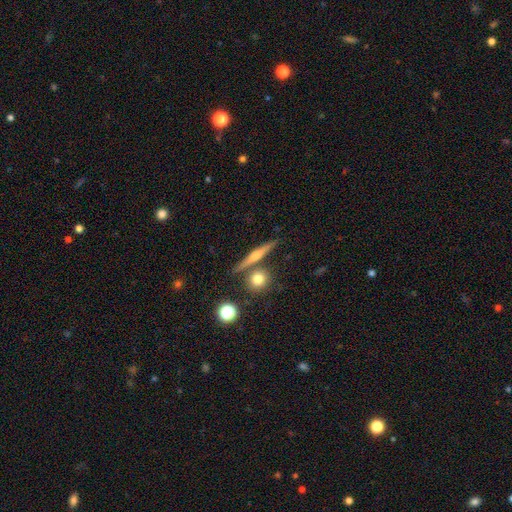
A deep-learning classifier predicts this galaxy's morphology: type=featured or disk (60%); edge-on=yes (95%); edge-on bulge=rounded (80%); merging=none (79%).